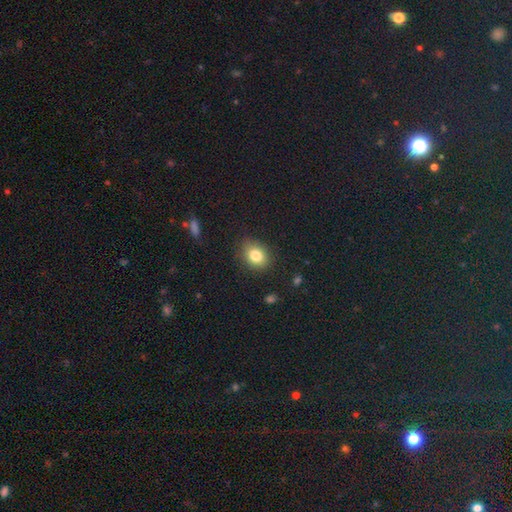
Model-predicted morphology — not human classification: A smooth galaxy with no disk features (81%) that is round (53%). Merging: none (84%).